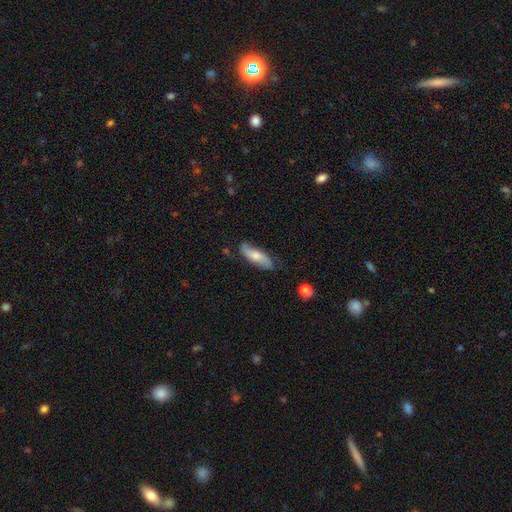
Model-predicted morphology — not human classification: type=smooth (47%); merging=none (73%).